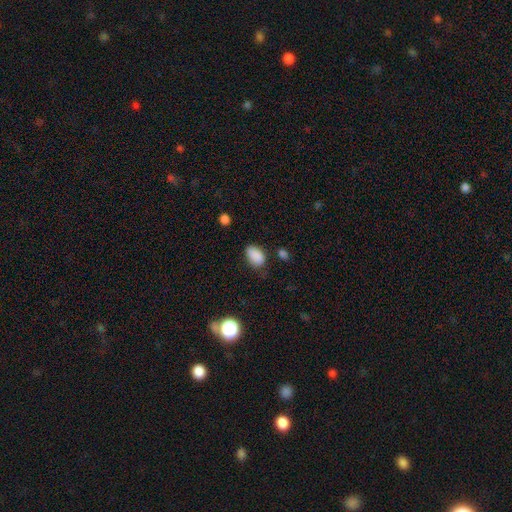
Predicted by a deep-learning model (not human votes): Smooth or featured?
  - smooth: 87% *
  - star or artifact: 9%
  - featured or disk: 4%
How rounded?
  - in between: 89% *
  - round: 10%
  - cigar-shaped: 1%
Merging?
  - none: 72% *
  - minor disturbance: 21%
  - major disturbance: 5%
  - merger: 3%